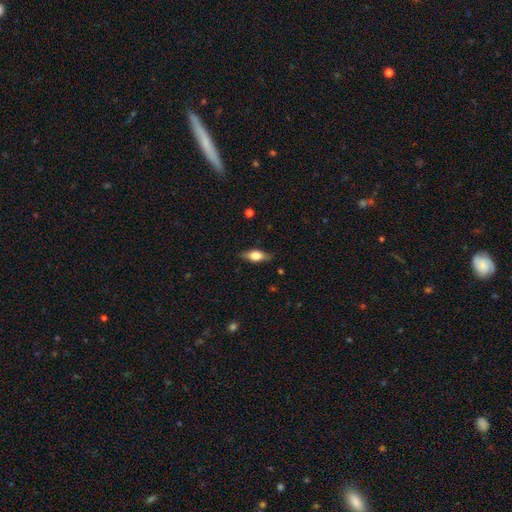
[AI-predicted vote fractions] This appears to be a smooth galaxy with no disk features (59%) that is in between round and cigar-shaped (73%). Merging: none (81%).